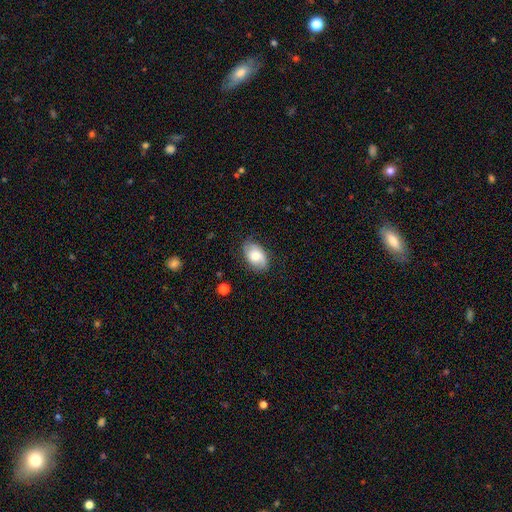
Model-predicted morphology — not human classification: type=smooth (56%); roundness=in between (89%); merging=none (73%).